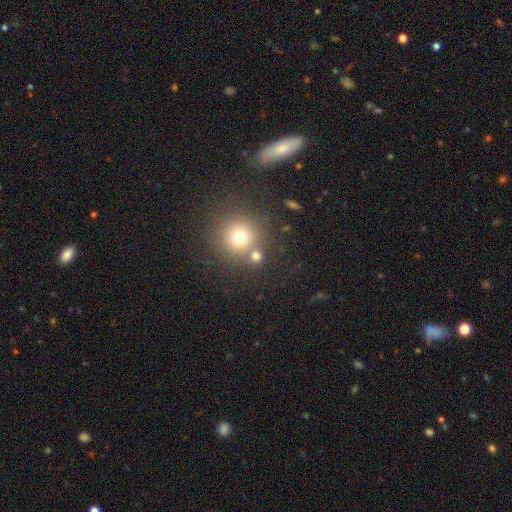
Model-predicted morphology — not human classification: smooth_or_featured: smooth (p=0.72) [alt: star or artifact p=0.18]
how_rounded: round (p=0.90) [alt: in between p=0.09]
merging: none (p=0.66) [alt: merger p=0.22]